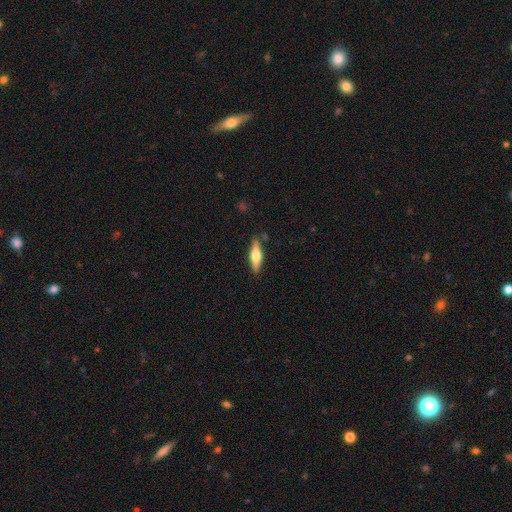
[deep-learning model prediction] Morphology: type=featured or disk (47%, tied with smooth); merging=none (85%).